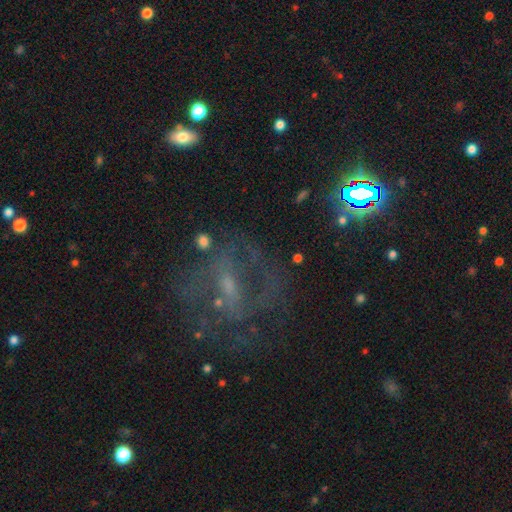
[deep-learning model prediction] smooth_or_featured: featured or disk (p=0.60) [alt: star or artifact p=0.26]
disk_edge_on: no (p=0.92) [alt: yes p=0.08]
bar: weak (p=0.43) [alt: no p=0.32]
has_spiral_arms: yes (p=0.57) [alt: no p=0.43]
bulge_size: small (p=0.57) [alt: none p=0.21]
merging: none (p=0.64) [alt: major disturbance p=0.18]